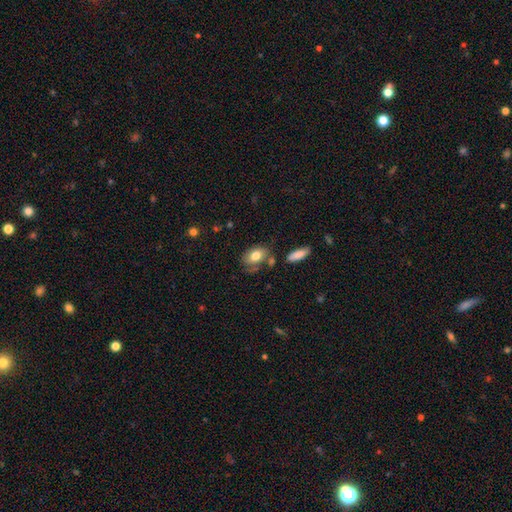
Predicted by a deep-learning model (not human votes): A smooth galaxy with no disk features (77%) that is in between round and cigar-shaped (85%).

Vote fractions:
- Smooth or featured? smooth: 77% / featured or disk: 16% / star or artifact: 7%
- How rounded? in between: 85% / round: 13% / cigar-shaped: 2%
- Merging? none: 57% / minor disturbance: 23% / merger: 11% / major disturbance: 9%